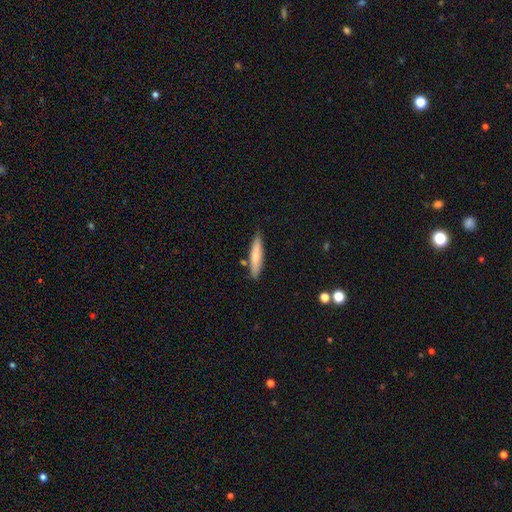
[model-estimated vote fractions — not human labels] smooth-or-featured: smooth: 71% | featured or disk: 23% | star or artifact: 6%
  how-rounded: cigar-shaped: 82% | in between: 17% | round: 1%
  merging: none: 78% | minor disturbance: 15% | merger: 5% | major disturbance: 2%